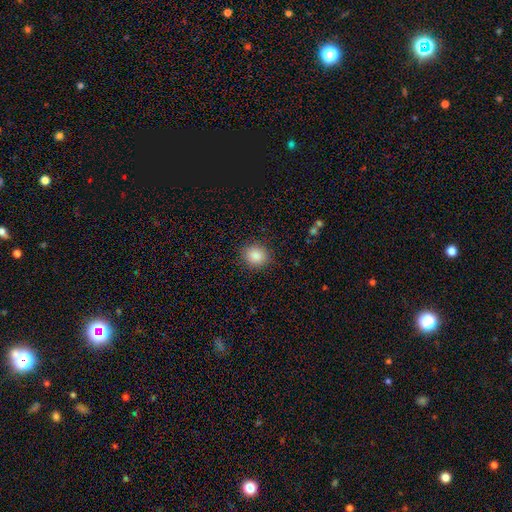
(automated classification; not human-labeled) Smooth or featured? Predicted: smooth (p=0.87). How rounded? Predicted: round (p=0.77). Merging? Predicted: none (p=0.89).